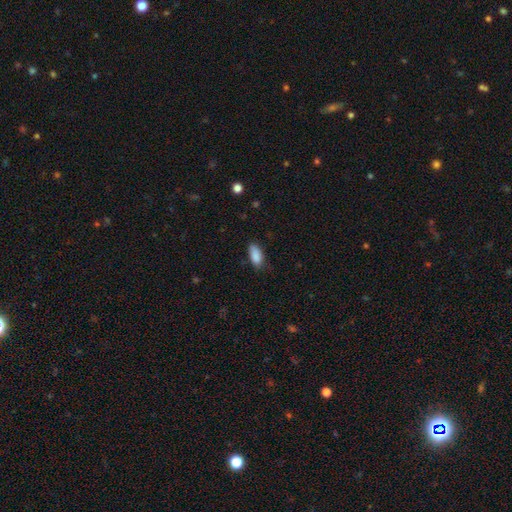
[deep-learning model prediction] Overall: smooth (88%). How rounded: in between (88%). Merging: none (69%).